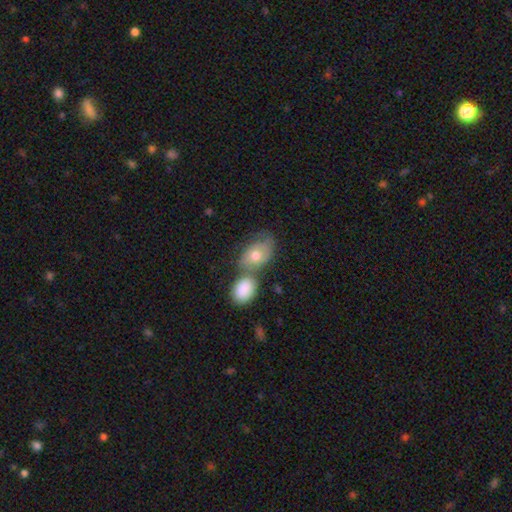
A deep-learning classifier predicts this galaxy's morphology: A smooth galaxy with no disk features (66%) that is in between round and cigar-shaped (80%). Merging: merger (47%).